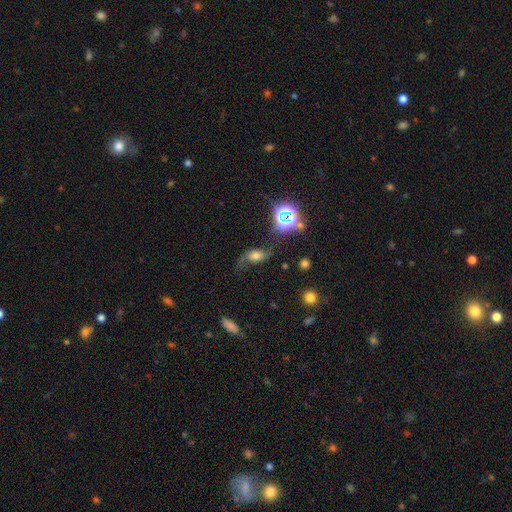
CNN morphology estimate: Smooth or featured?
  - featured or disk: 57% *
  - smooth: 25%
  - star or artifact: 18%
Edge-on disk?
  - no: 92% *
  - yes: 8%
Bar?
  - no: 61% *
  - weak: 28%
  - strong: 11%
Spiral arms?
  - yes: 88% *
  - no: 12%
Bulge size?
  - moderate: 48% *
  - large: 21%
  - small: 20%
  - none: 6%
  - dominant: 6%
Merging?
  - none: 54% *
  - minor disturbance: 21%
  - major disturbance: 21%
  - merger: 4%